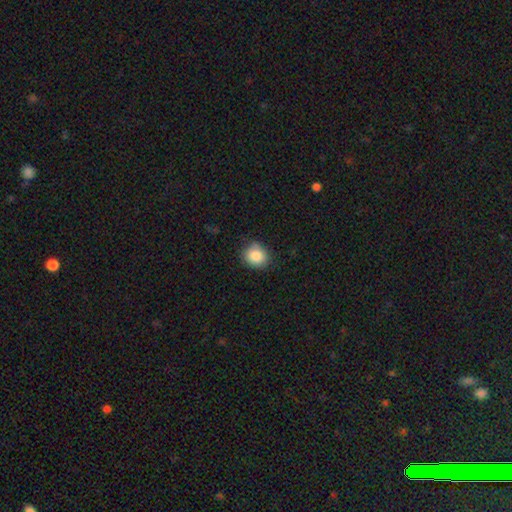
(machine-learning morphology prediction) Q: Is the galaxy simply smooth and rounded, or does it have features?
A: smooth — 86%.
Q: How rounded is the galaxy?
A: round — 73%.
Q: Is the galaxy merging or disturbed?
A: none — 78%.